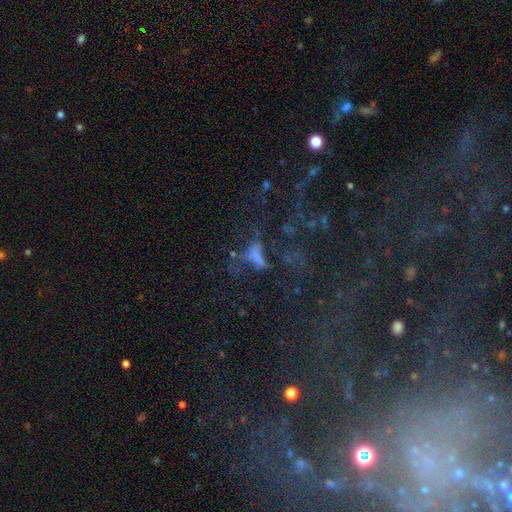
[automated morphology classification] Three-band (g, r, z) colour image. It shows a star or artifact, not a galaxy (42%).